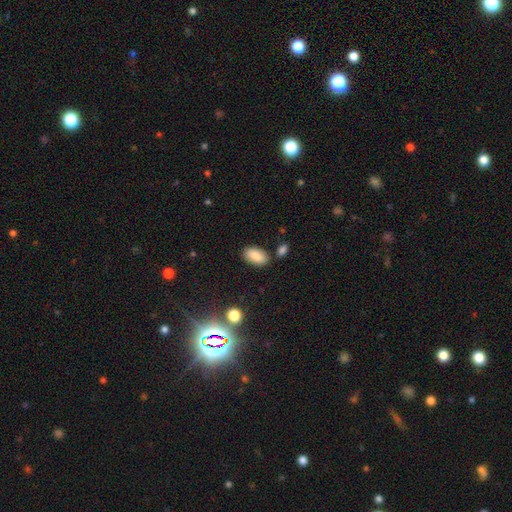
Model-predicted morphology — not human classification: The model was most divided on "merging": none: 81%, minor disturbance: 11%, merger: 5%, major disturbance: 3%. More confident: how rounded — in between (93%); smooth or featured — smooth (86%).